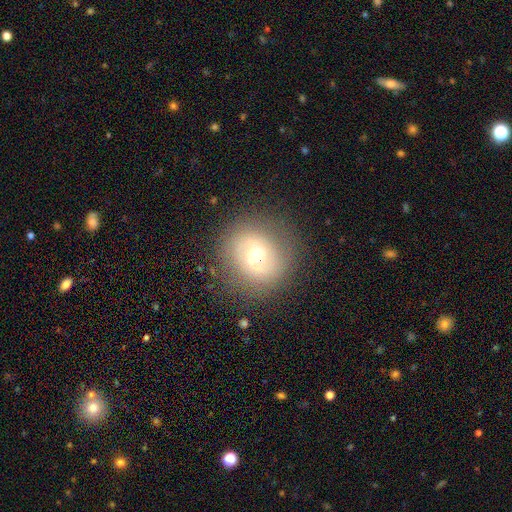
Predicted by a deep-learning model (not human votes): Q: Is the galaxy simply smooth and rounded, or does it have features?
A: featured or disk — 74%.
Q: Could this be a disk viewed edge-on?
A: no — 97%.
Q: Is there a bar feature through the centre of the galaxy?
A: weak — 46%.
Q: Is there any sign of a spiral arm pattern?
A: yes — 90%.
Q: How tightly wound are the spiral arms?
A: medium — 48%.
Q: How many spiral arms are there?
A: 2 — 85%.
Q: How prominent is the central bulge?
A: moderate — 52%.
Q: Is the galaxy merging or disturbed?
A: none — 84%.